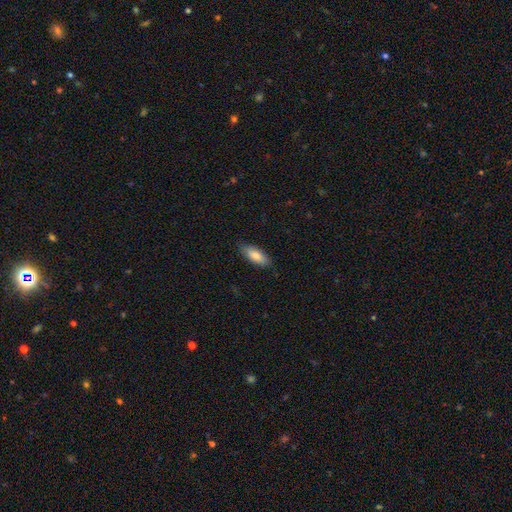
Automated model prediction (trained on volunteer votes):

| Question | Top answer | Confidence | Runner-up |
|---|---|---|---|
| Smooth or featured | smooth | 81% | featured or disk (13%) |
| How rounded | in between | 77% | cigar-shaped (22%) |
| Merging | none | 82% | minor disturbance (14%) |